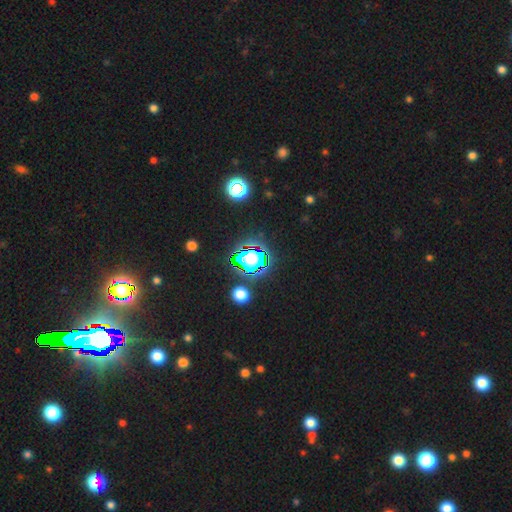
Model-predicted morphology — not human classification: This is likely a star or artifact rather than a galaxy (74%).